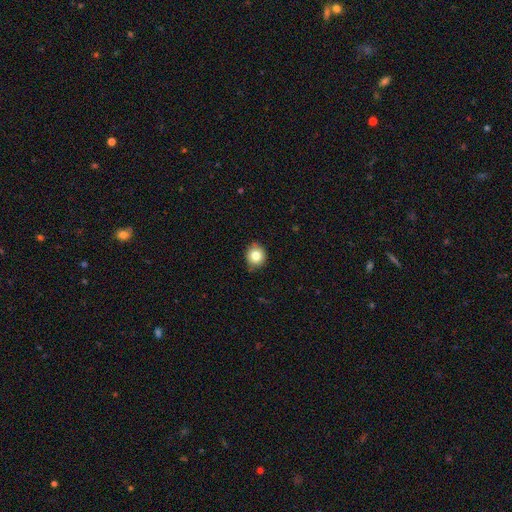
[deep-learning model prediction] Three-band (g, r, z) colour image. It shows a smooth galaxy with no disk features (82%) that is round (84%). Merging: none (84%).